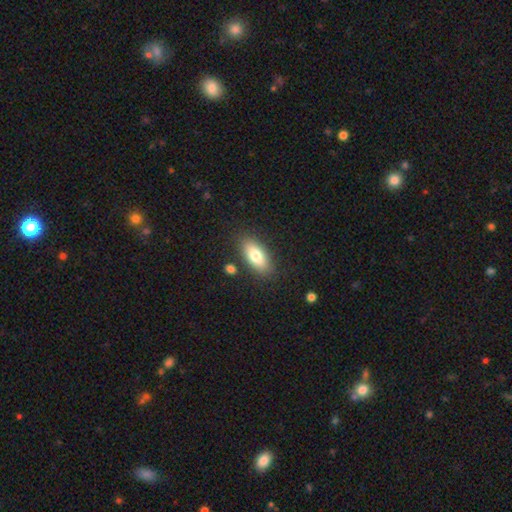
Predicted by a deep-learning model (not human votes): This is likely a smooth galaxy (78%). How rounded: clearly in between (85%). Merging: clearly none (83%).